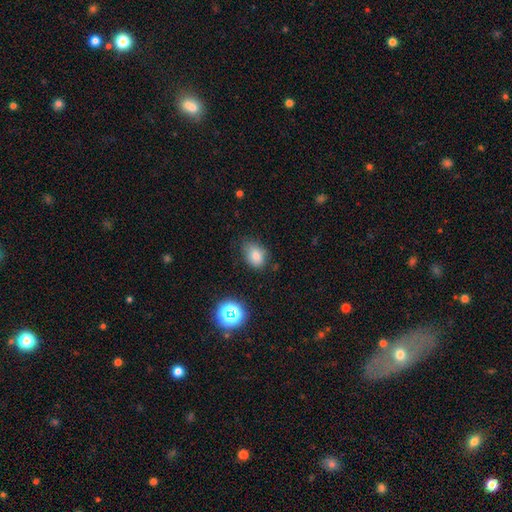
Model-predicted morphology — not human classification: smooth-or-featured: smooth: 78% | star or artifact: 13% | featured or disk: 8%
  how-rounded: in between: 67% | round: 32% | cigar-shaped: 1%
  merging: none: 65% | minor disturbance: 27% | major disturbance: 6% | merger: 2%